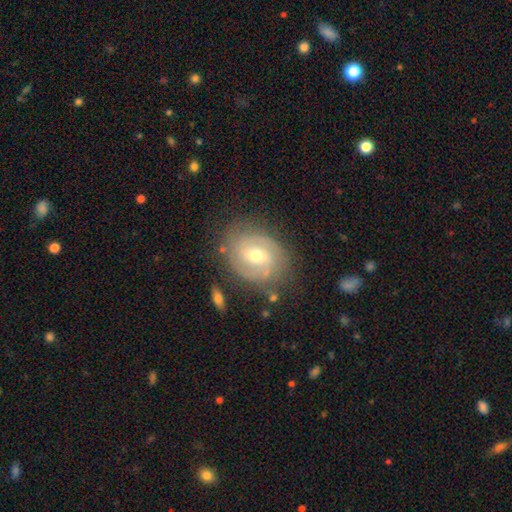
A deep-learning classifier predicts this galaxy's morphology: Smooth or featured?
  - featured or disk: 82% *
  - smooth: 12%
  - star or artifact: 6%
Edge-on disk?
  - no: 97% *
  - yes: 3%
Bar?
  - weak: 50% *
  - no: 33%
  - strong: 17%
Spiral arms?
  - yes: 93% *
  - no: 7%
Spiral winding?
  - tight: 51% *
  - medium: 38%
  - loose: 10%
Spiral arm count?
  - 2: 67% *
  - can't tell: 14%
  - 3: 11%
  - 1: 3%
  - 4: 2%
  - more than 4: 2%
Bulge size?
  - moderate: 61% *
  - small: 35%
  - large: 3%
  - none: 1%
  - dominant: 1%
Merging?
  - none: 76% *
  - minor disturbance: 16%
  - major disturbance: 6%
  - merger: 2%